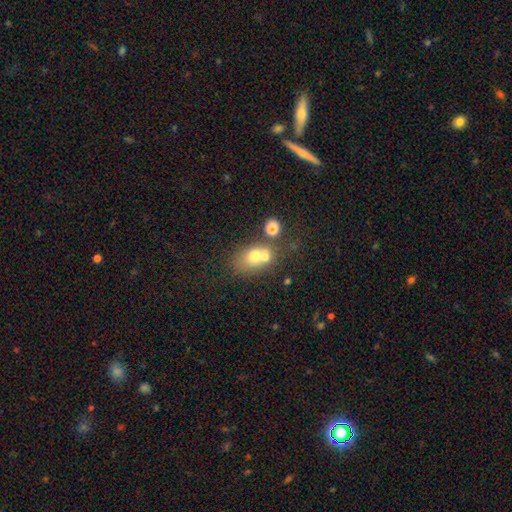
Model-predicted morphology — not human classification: type=smooth (66%); roundness=in between (65%); merging=merger (50%).